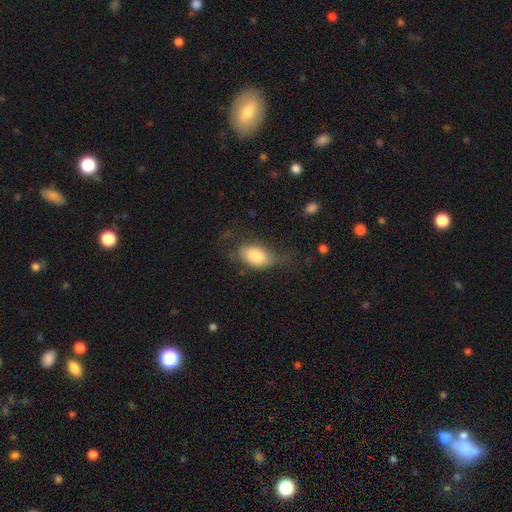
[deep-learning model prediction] Morphology: type=smooth (80%); roundness=in between (91%); merging=none (46%).